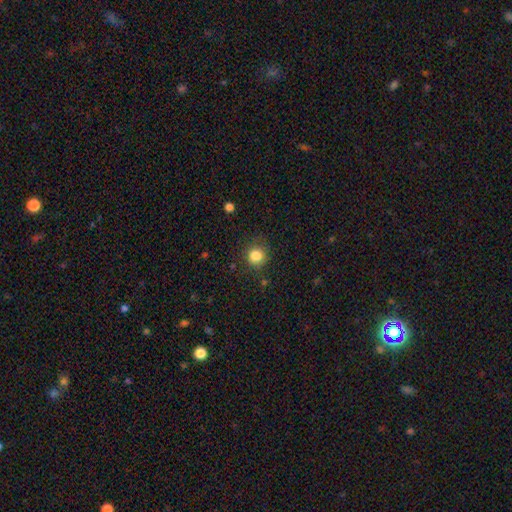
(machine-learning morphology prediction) This appears to be a smooth galaxy with no disk features (84%) that is round (84%). Merging: none (81%).